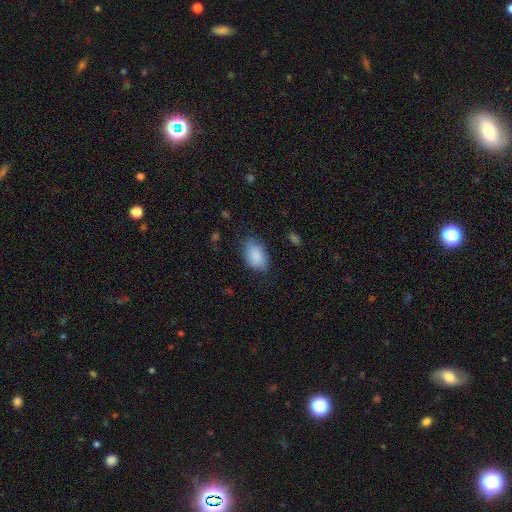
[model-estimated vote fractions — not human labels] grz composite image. It shows a smooth galaxy with no disk features (87%) that is in between round and cigar-shaped (88%). Merging: none (67%).